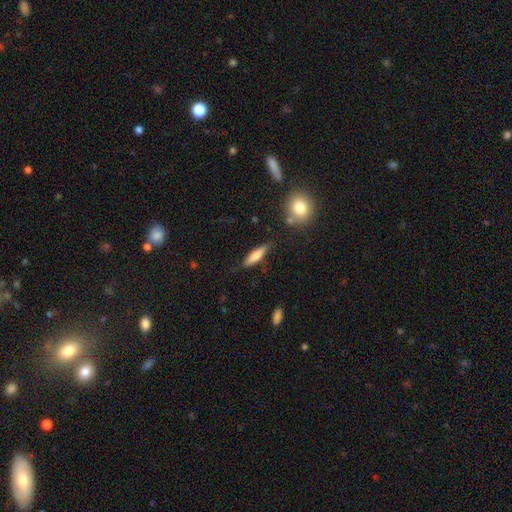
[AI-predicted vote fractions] Q: Smooth or featured?
A: smooth (65%); runner-up: featured or disk (28%)
Q: How rounded?
A: cigar-shaped (72%); runner-up: in between (26%)
Q: Merging?
A: none (78%); runner-up: minor disturbance (15%)